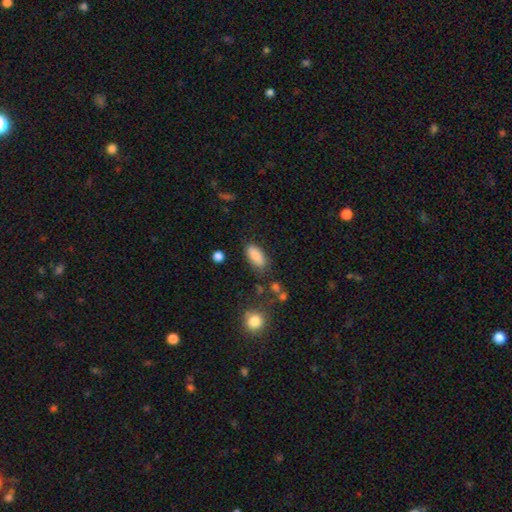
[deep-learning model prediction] smooth 87%, star or artifact 8%, featured or disk 5%. Down the decision tree: how rounded — in between (87%); merging — none (75%).